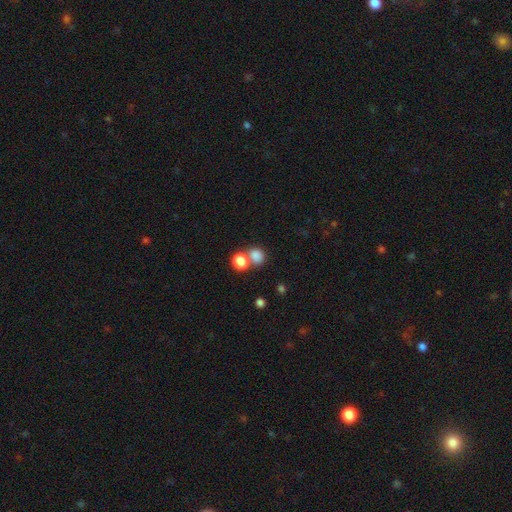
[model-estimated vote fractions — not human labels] Smooth or featured? Predicted: smooth (p=0.81). How rounded? Predicted: round (p=0.68). Merging? Predicted: none (p=0.47).